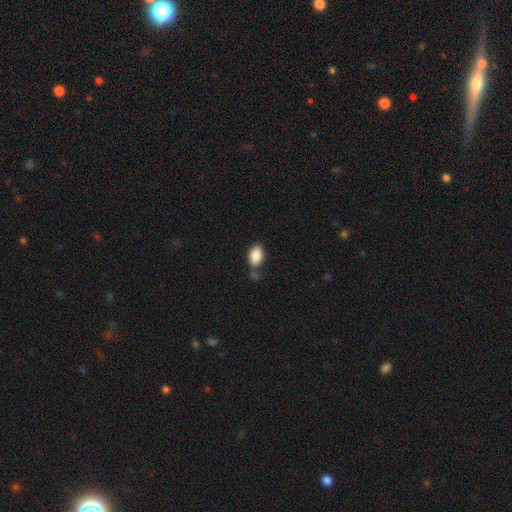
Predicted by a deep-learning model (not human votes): This is clearly a smooth galaxy (88%). How rounded: clearly in between (92%). Merging: likely none (65%).